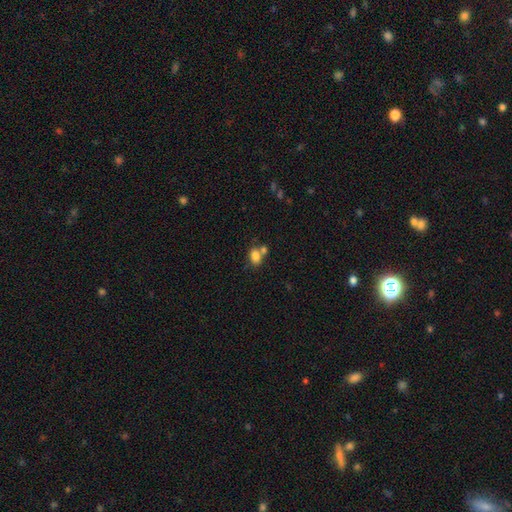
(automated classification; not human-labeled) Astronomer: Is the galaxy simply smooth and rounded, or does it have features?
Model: smooth — 82%.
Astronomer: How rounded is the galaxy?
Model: in between — 74%.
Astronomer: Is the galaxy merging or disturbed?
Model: none — 49% (runner-up: merger, 35%).